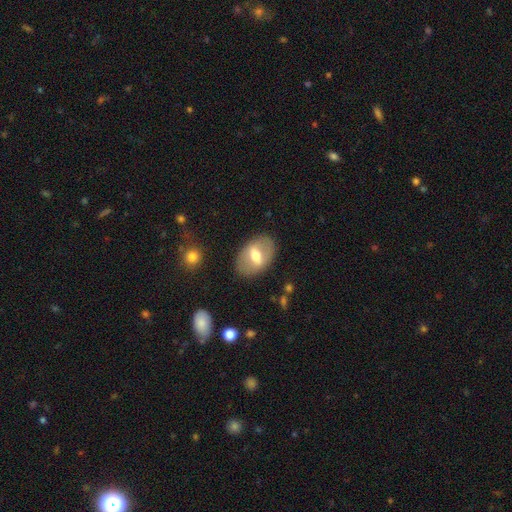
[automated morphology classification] Smooth or featured: smooth — 48% (featured or disk — 45%)
Merging: none — 83% (minor disturbance — 11%)